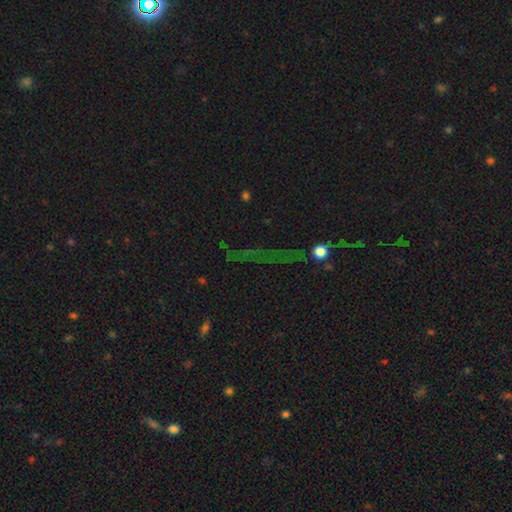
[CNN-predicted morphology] star or artifact 72%, smooth 15%, featured or disk 14%.